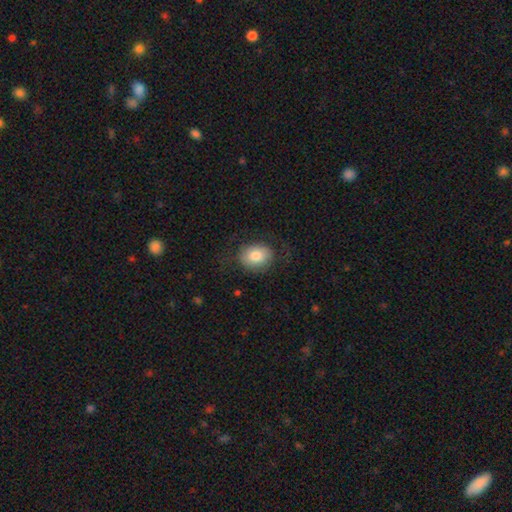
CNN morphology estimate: A smooth galaxy with no disk features (78%) that is in between round and cigar-shaped (51%).

Vote fractions:
- Smooth or featured? smooth: 78% / featured or disk: 15% / star or artifact: 7%
- How rounded? in between: 51% / round: 48% / cigar-shaped: 1%
- Merging? none: 70% / minor disturbance: 17% / major disturbance: 12% / merger: 1%